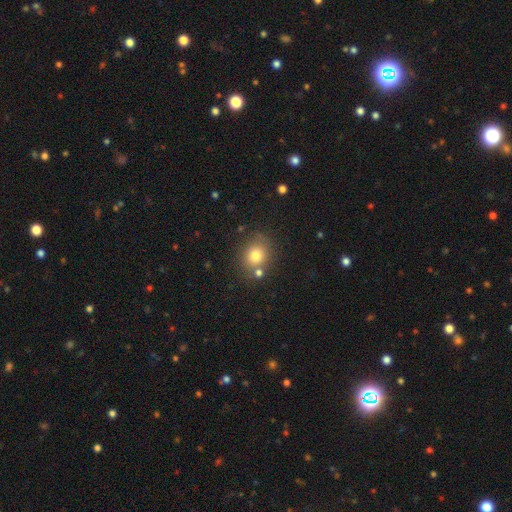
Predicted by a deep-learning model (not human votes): This is likely a smooth galaxy (77%). How rounded: likely round (71%). Merging: likely none (70%).